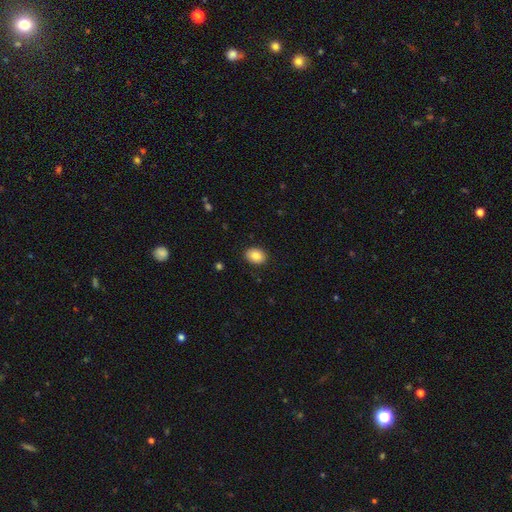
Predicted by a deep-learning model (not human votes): A smooth galaxy with no disk features (84%) that is in between round and cigar-shaped (63%).

Vote fractions:
- Smooth or featured? smooth: 84% / star or artifact: 8% / featured or disk: 8%
- How rounded? in between: 63% / round: 36% / cigar-shaped: 1%
- Merging? none: 89% / minor disturbance: 8% / major disturbance: 2% / merger: 1%